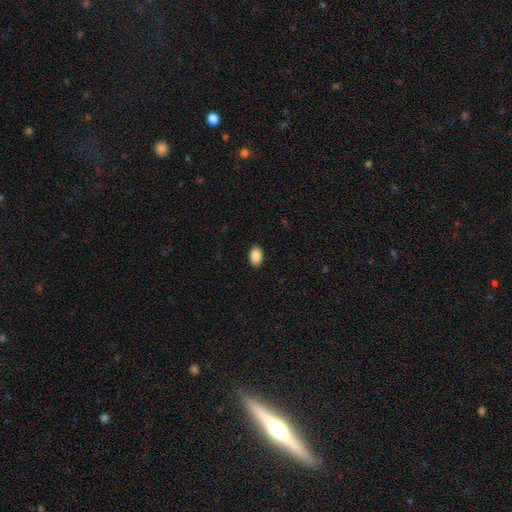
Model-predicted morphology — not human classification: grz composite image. It shows a smooth galaxy with no disk features (89%) that is in between round and cigar-shaped (89%). Merging: none (90%).